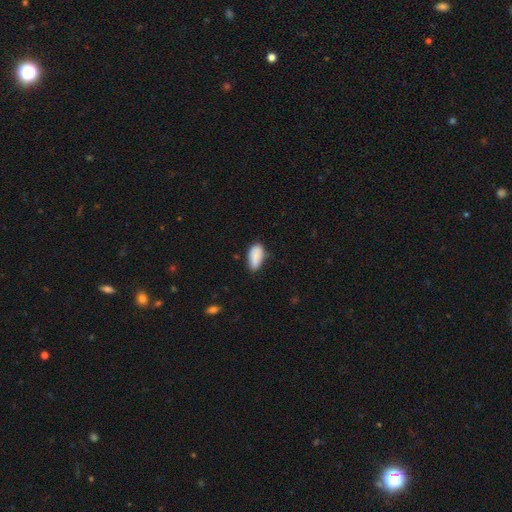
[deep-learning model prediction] Morphology: type=smooth (85%); roundness=in between (92%); merging=none (63%).